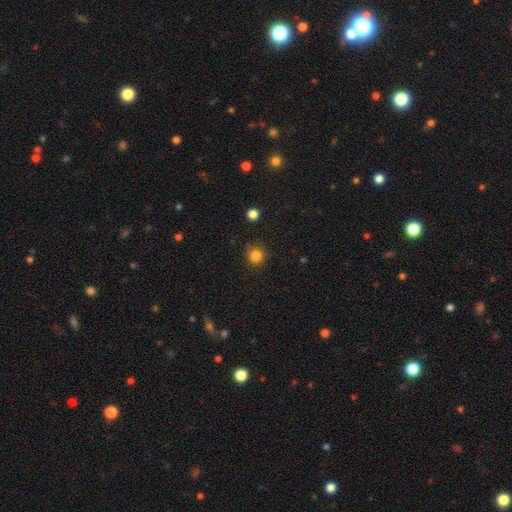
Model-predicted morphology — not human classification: smooth-or-featured: smooth: 84% | star or artifact: 12% | featured or disk: 4%
  how-rounded: round: 92% | in between: 7% | cigar-shaped: 1%
  merging: none: 88% | minor disturbance: 8% | major disturbance: 2% | merger: 1%